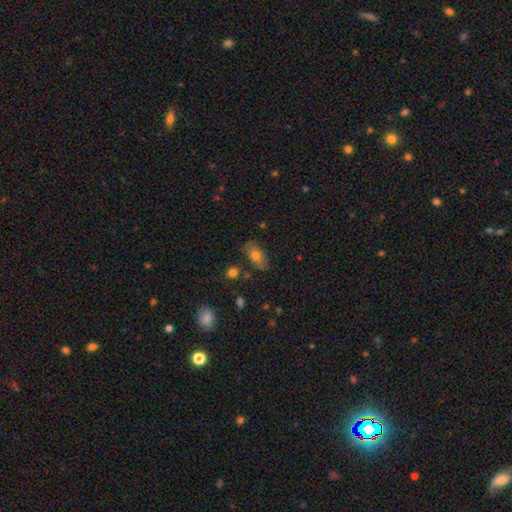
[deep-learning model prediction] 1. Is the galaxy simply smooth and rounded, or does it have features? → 71% smooth, 20% featured or disk, 8% star or artifact.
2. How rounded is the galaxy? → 87% in between, 10% round, 3% cigar-shaped.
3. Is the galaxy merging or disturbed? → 73% none, 18% minor disturbance, 5% major disturbance, 4% merger.